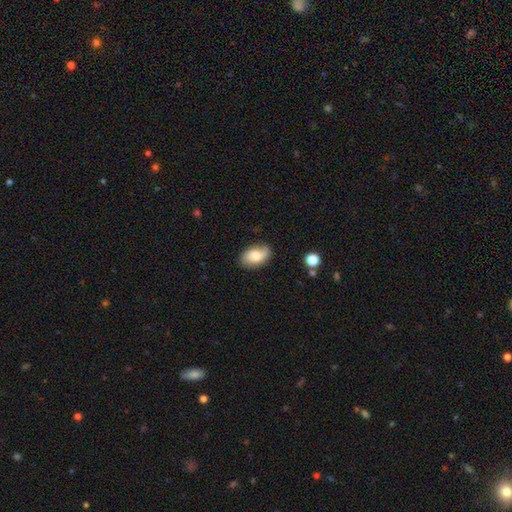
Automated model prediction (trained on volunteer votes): smooth 62%, featured or disk 30%, star or artifact 8%. Down the decision tree: how rounded — in between (88%); merging — none (72%).